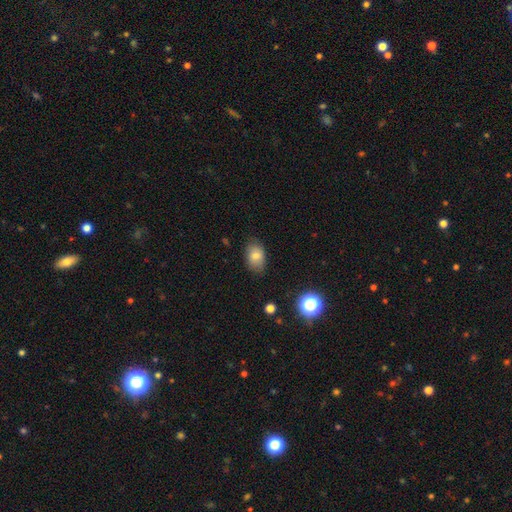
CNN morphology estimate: type=smooth (78%); roundness=in between (85%); merging=none (80%).